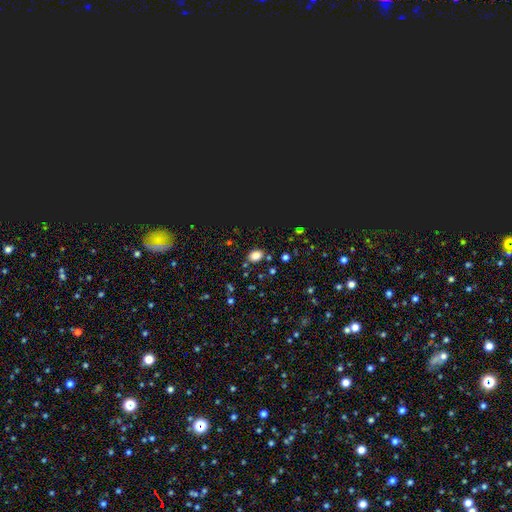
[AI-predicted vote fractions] Smooth or featured? Predicted: smooth (p=0.79). How rounded? Predicted: in between (p=0.65). Merging? Predicted: none (p=0.84).